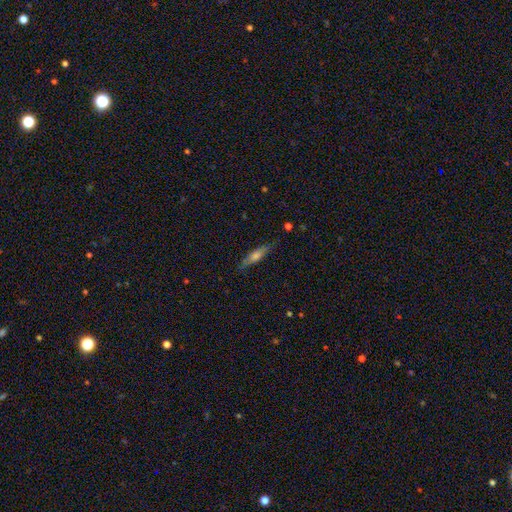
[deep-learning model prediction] smooth_or_featured: featured or disk (p=0.49) [alt: smooth p=0.43]
merging: none (p=0.82) [alt: minor disturbance p=0.13]